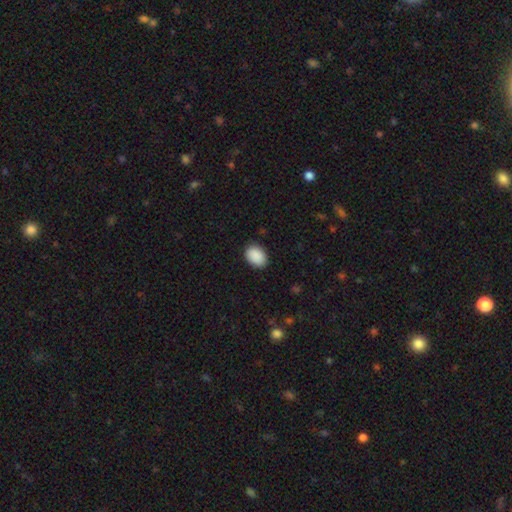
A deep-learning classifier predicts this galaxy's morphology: This appears to be a smooth galaxy with no disk features (91%) that is in between round and cigar-shaped (78%). Merging: none (87%).